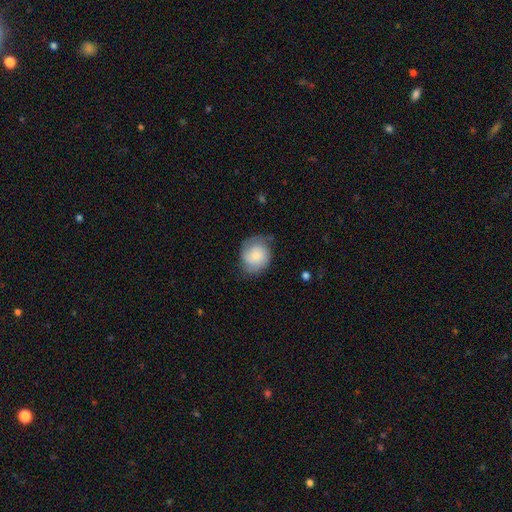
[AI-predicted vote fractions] Smooth or featured? Predicted: smooth (p=0.62). How rounded? Predicted: round (p=0.74). Merging? Predicted: none (p=0.62).